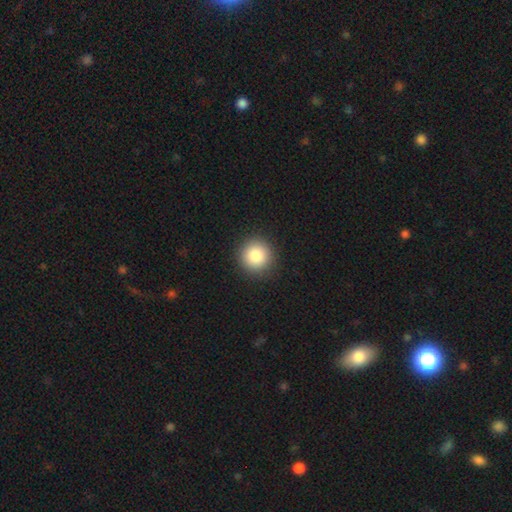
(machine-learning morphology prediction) This is clearly a smooth galaxy (85%). How rounded: clearly round (94%). Merging: clearly none (92%).